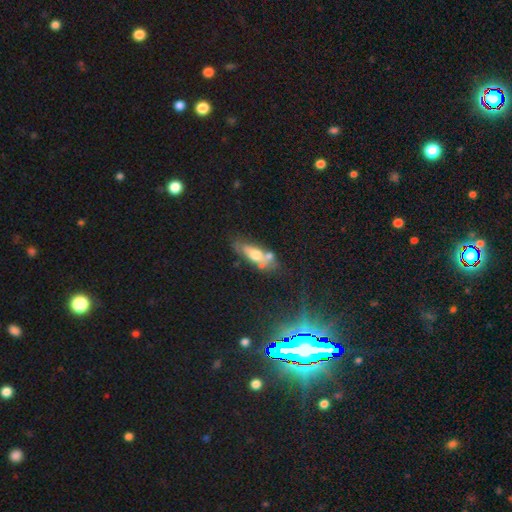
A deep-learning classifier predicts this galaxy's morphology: featured or disk 38%, smooth 36%, star or artifact 26%. Down the decision tree: merging — none (54%).